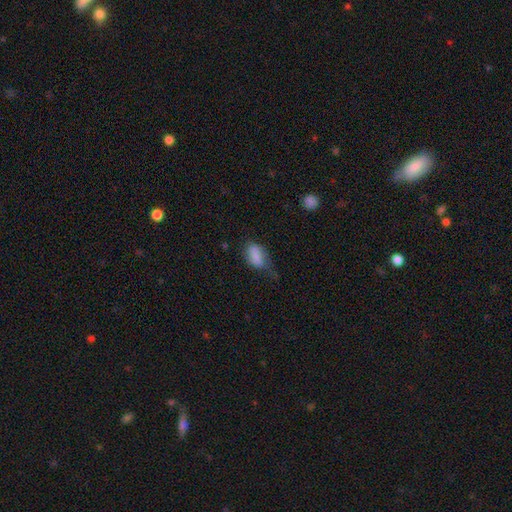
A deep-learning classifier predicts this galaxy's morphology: This appears to be a smooth galaxy with no disk features (80%) that is in between round and cigar-shaped (90%). Merging: minor disturbance (38%).